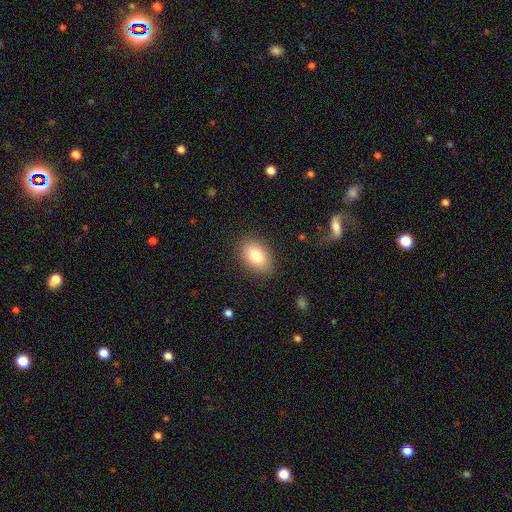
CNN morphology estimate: type=smooth (82%); roundness=in between (86%); merging=none (86%).